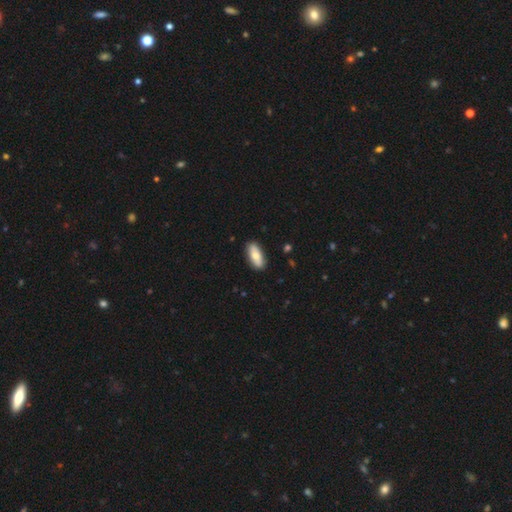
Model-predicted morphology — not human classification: smooth_or_featured: smooth (p=0.73) [alt: featured or disk p=0.21]
how_rounded: in between (p=0.82) [alt: cigar-shaped p=0.15]
merging: none (p=0.87) [alt: minor disturbance p=0.10]